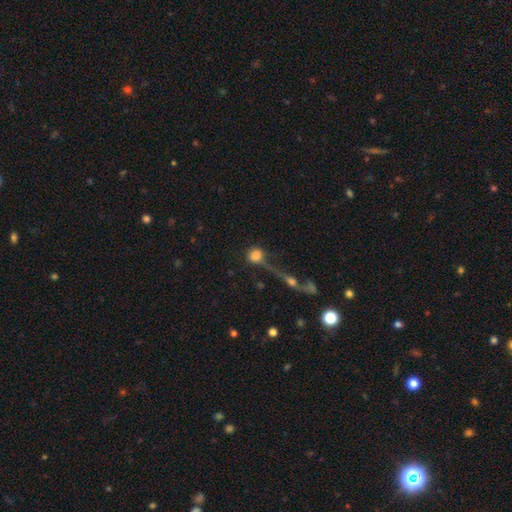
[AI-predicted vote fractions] smooth-or-featured: smooth: 77% | featured or disk: 13% | star or artifact: 11%
  how-rounded: round: 82% | in between: 15% | cigar-shaped: 3%
  merging: merger: 37% | none: 34% | major disturbance: 17% | minor disturbance: 12%